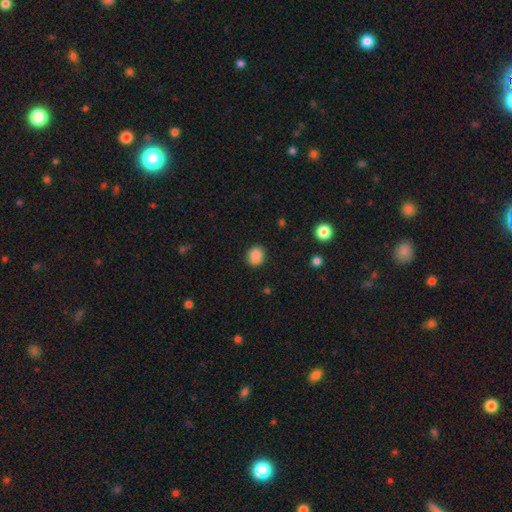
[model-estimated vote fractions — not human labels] smooth-or-featured: smooth: 85% | star or artifact: 10% | featured or disk: 5%
  how-rounded: round: 68% | in between: 31% | cigar-shaped: 1%
  merging: none: 77% | minor disturbance: 15% | merger: 5% | major disturbance: 3%